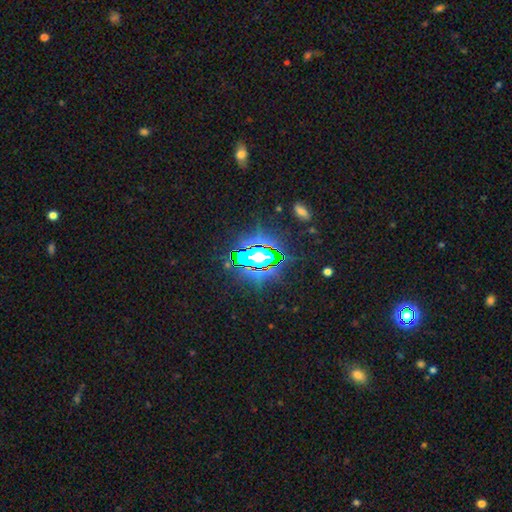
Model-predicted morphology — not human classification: Overall: star or artifact (81%).